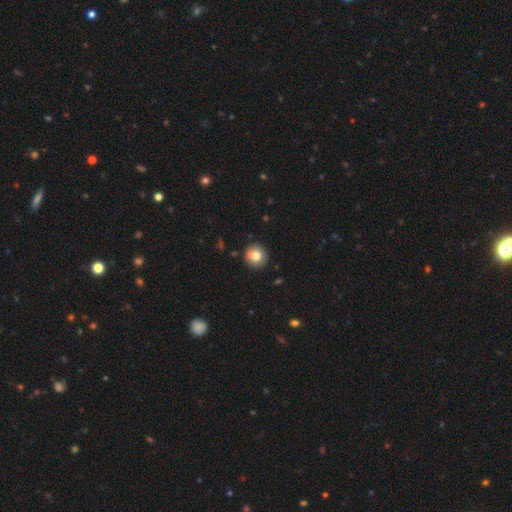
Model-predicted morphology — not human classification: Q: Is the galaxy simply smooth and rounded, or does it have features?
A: smooth — 78%.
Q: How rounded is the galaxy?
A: round — 92%.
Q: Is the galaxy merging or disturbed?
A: none — 85%.